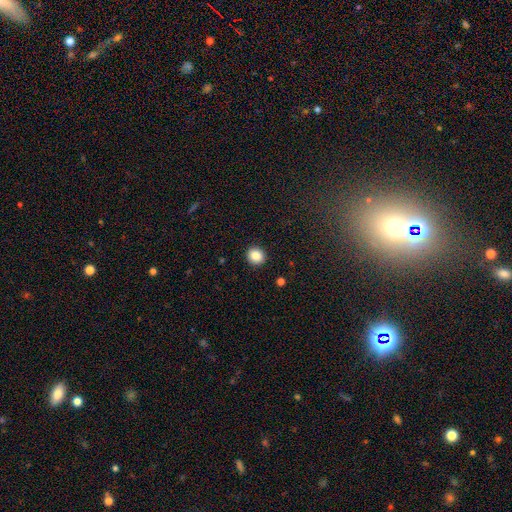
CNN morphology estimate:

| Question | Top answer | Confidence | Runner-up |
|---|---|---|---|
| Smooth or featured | smooth | 86% | star or artifact (9%) |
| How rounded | round | 81% | in between (18%) |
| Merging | none | 92% | minor disturbance (5%) |